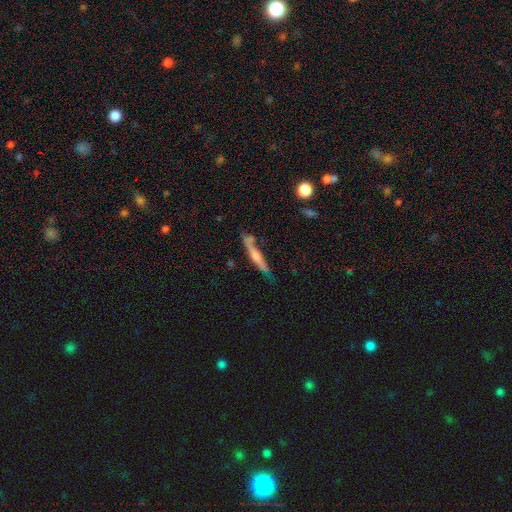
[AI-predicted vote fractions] Overall: featured or disk (56%; smooth 31%). Edge-on disk: yes (90%). Edge-on bulge: rounded (72%). Merging: none (75%).